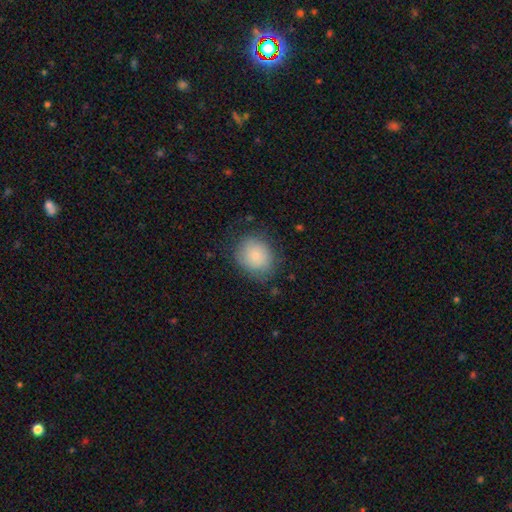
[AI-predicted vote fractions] smooth_or_featured: smooth (p=0.79) [alt: featured or disk p=0.13]
how_rounded: round (p=0.69) [alt: in between p=0.30]
merging: none (p=0.72) [alt: minor disturbance p=0.20]